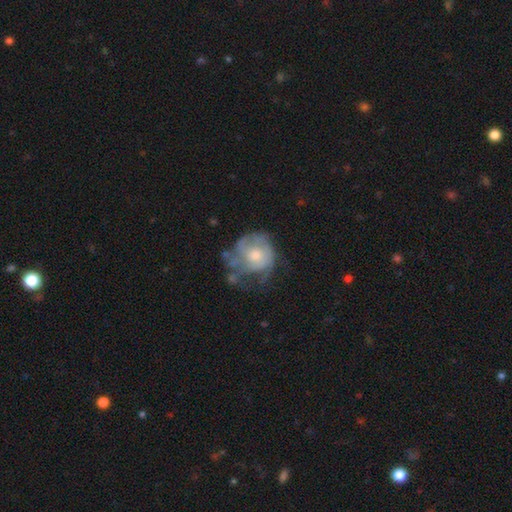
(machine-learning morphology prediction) featured or disk 58%, smooth 35%, star or artifact 7%. Down the decision tree: edge-on disk — no (98%); bar — no (83%); spiral arms — yes (58%); bulge size — moderate (59%); merging — none (34%).